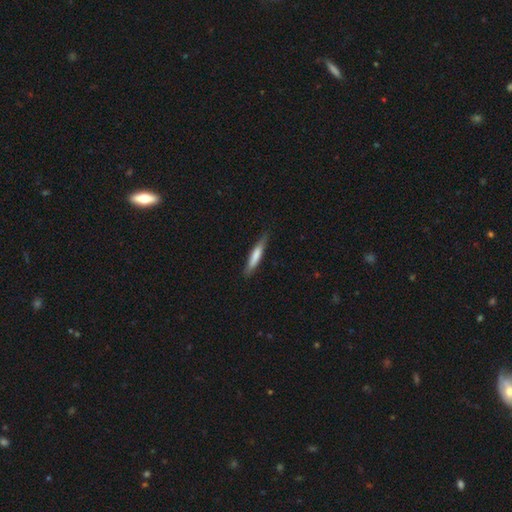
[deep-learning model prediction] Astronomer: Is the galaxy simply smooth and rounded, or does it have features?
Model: smooth — 70%.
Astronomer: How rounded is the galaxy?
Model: cigar-shaped — 90%.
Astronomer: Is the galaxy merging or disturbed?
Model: none — 83%.